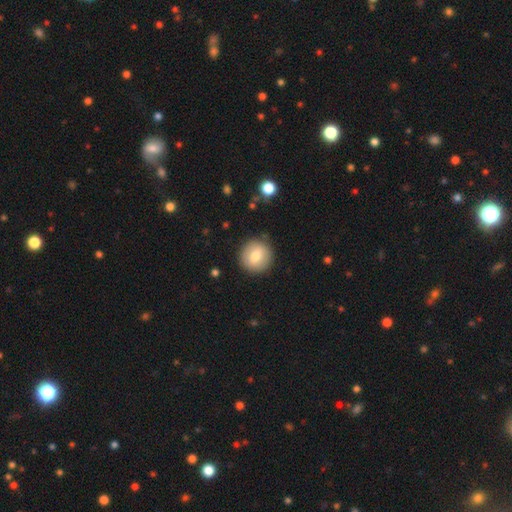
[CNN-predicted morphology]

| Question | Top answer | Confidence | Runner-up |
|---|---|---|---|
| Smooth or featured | smooth | 74% | featured or disk (18%) |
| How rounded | round | 93% | in between (6%) |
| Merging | none | 90% | minor disturbance (7%) |